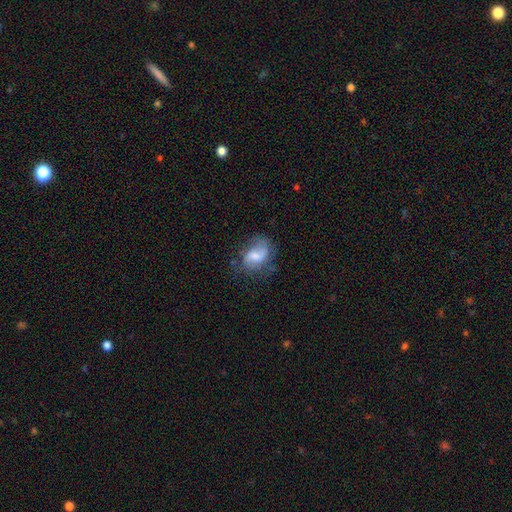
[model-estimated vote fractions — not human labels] Smooth or featured? featured or disk (51%)
Edge-on disk? no (97%)
Merging? none (52%)